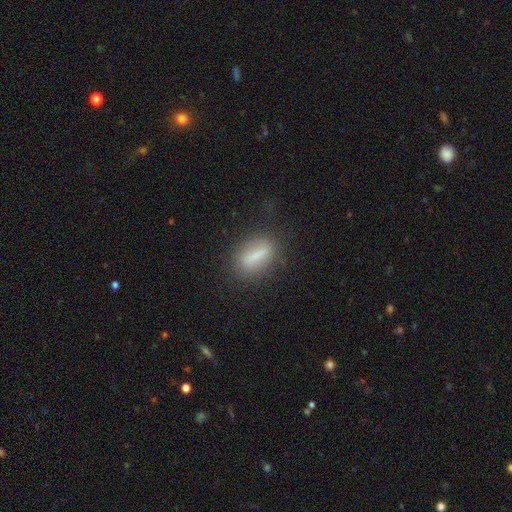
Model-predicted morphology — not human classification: Smooth or featured: smooth — 66% (featured or disk — 24%)
How rounded: in between — 68% (cigar-shaped — 24%)
Merging: none — 77% (minor disturbance — 15%)